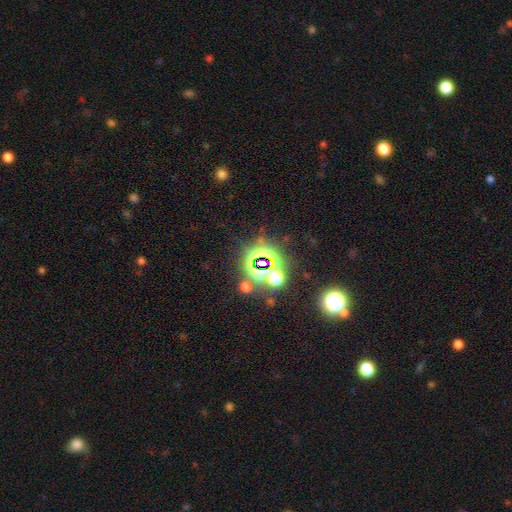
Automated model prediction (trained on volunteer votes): smooth-or-featured: star or artifact: 81% | smooth: 11% | featured or disk: 8%